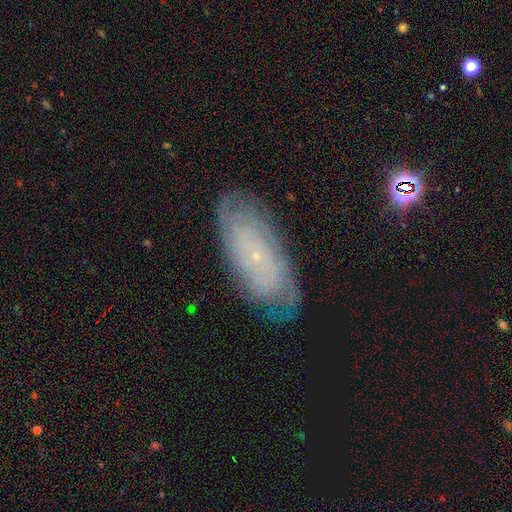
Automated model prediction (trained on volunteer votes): smooth_or_featured: featured or disk (p=0.71) [alt: smooth p=0.20]
disk_edge_on: no (p=0.90) [alt: yes p=0.10]
bar: no (p=0.82) [alt: weak p=0.14]
has_spiral_arms: yes (p=0.89) [alt: no p=0.11]
spiral_winding: tight (p=0.76) [alt: medium p=0.18]
spiral_arm_count: can't tell (p=0.56) [alt: 2 p=0.14]
bulge_size: small (p=0.89) [alt: moderate p=0.05]
merging: none (p=0.79) [alt: minor disturbance p=0.16]